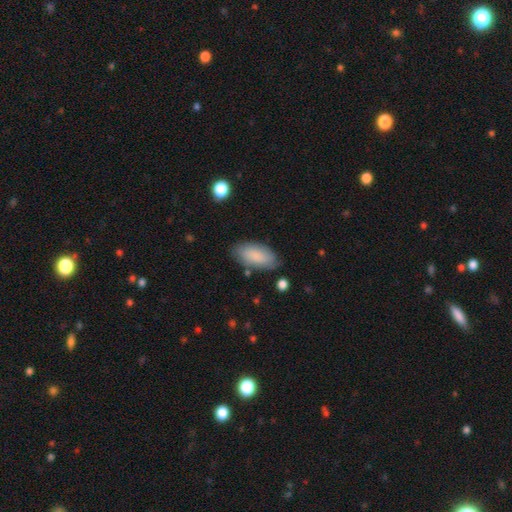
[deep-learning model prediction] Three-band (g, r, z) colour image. It shows a smooth galaxy with no disk features (86%) that is in between round and cigar-shaped (90%). Merging: none (80%).